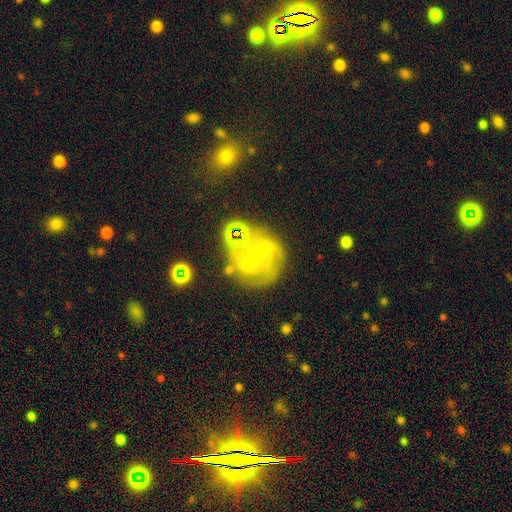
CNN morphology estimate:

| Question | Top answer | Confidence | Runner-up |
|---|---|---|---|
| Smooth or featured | featured or disk | 72% | smooth (16%) |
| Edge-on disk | no | 94% | yes (6%) |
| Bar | strong | 52% | weak (34%) |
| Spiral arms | yes | 76% | no (24%) |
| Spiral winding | medium | 43% | tight (34%) |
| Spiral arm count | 2 | 57% | can't tell (25%) |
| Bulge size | small | 66% | moderate (24%) |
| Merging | none | 60% | minor disturbance (19%) |